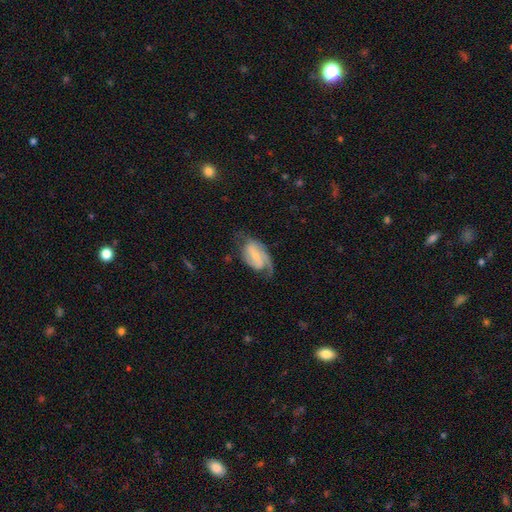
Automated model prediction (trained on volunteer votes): A featured or disk galaxy (75%) with a weak bar (47%), 2 (58%) medium (45%) spiral arms (93%) and a small central bulge (58%). Merging: none (51%).